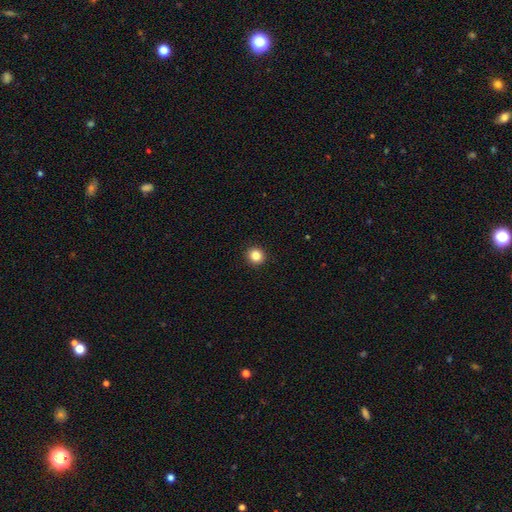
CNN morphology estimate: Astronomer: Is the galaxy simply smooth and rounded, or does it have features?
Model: smooth — 85%.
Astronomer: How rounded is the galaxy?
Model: round — 90%.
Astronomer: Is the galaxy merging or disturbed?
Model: none — 93%.